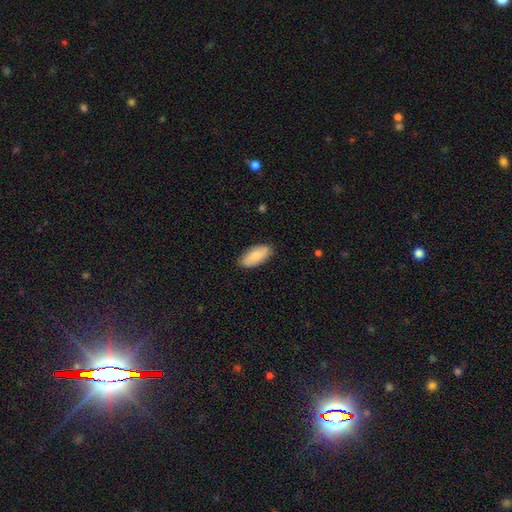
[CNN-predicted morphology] Smooth or featured? smooth (86%)
How rounded? in between (90%)
Merging? none (85%)